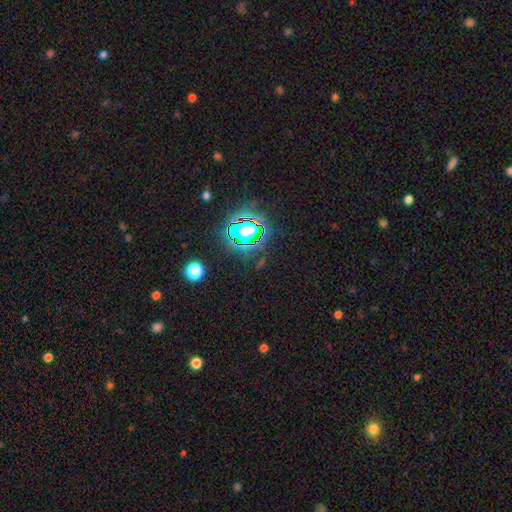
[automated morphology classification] A star or artifact, not a galaxy (82%).